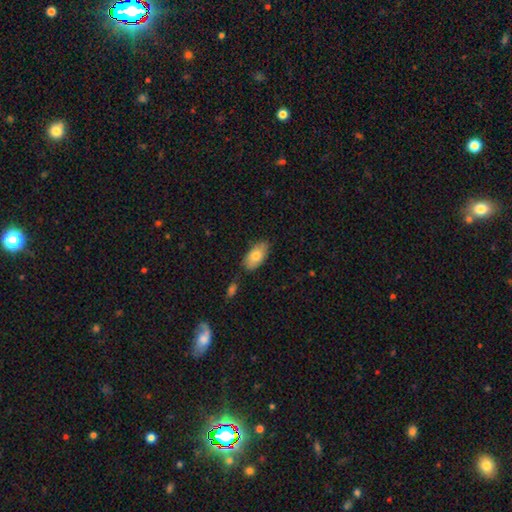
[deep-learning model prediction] Morphology: type=smooth (79%); roundness=in between (93%); merging=none (78%).